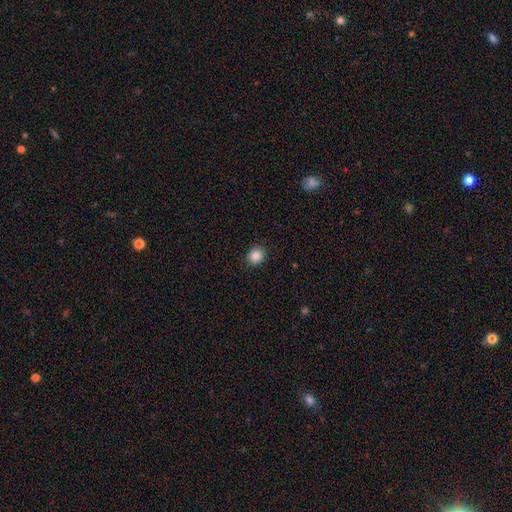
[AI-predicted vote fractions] Overall: smooth (85%). How rounded: round (74%). Merging: none (91%).